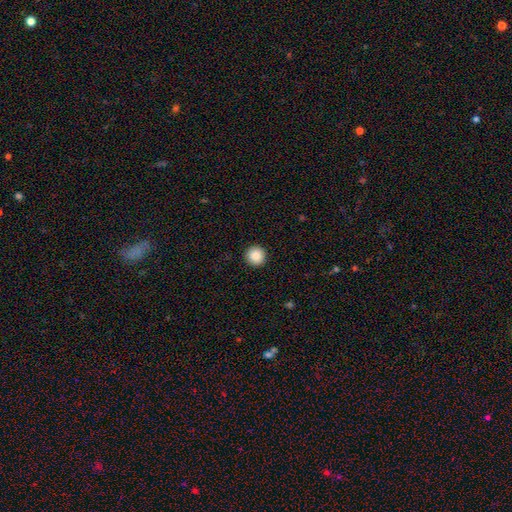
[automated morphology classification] smooth_or_featured: smooth (p=0.88) [alt: star or artifact p=0.09]
how_rounded: round (p=0.95) [alt: in between p=0.04]
merging: none (p=0.93) [alt: minor disturbance p=0.04]